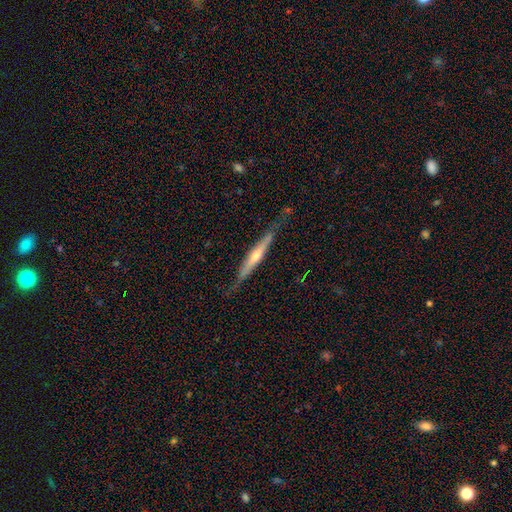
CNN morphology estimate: Smooth or featured?
  - featured or disk: 74% *
  - smooth: 21%
  - star or artifact: 6%
Edge-on disk?
  - yes: 95% *
  - no: 5%
Edge-on bulge?
  - rounded: 76% *
  - none: 16%
  - boxy: 8%
Merging?
  - none: 76% *
  - minor disturbance: 18%
  - major disturbance: 4%
  - merger: 2%